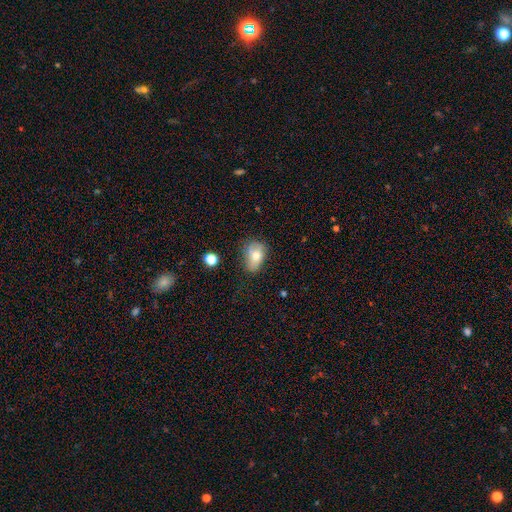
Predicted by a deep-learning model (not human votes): This is likely a smooth galaxy (69%). How rounded: likely in between (79%). Merging: possibly none (53%).